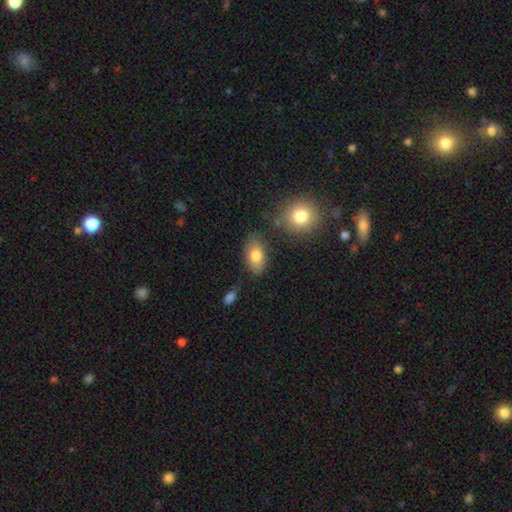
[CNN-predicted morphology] smooth_or_featured: smooth (p=0.80) [alt: featured or disk p=0.13]
how_rounded: in between (p=0.91) [alt: round p=0.07]
merging: none (p=0.74) [alt: minor disturbance p=0.17]